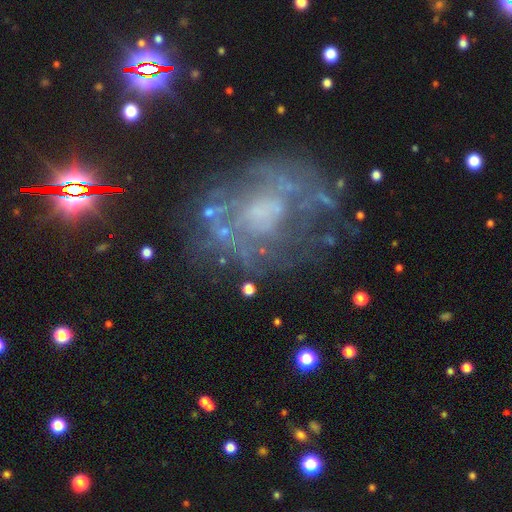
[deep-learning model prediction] Smooth or featured?
  - featured or disk: 68% *
  - star or artifact: 18%
  - smooth: 15%
Edge-on disk?
  - no: 96% *
  - yes: 4%
Bar?
  - no: 74% *
  - weak: 20%
  - strong: 5%
Spiral arms?
  - yes: 61% *
  - no: 39%
Bulge size?
  - none: 38% *
  - small: 31%
  - moderate: 22%
  - large: 7%
  - dominant: 2%
Merging?
  - none: 64% *
  - minor disturbance: 17%
  - major disturbance: 15%
  - merger: 3%